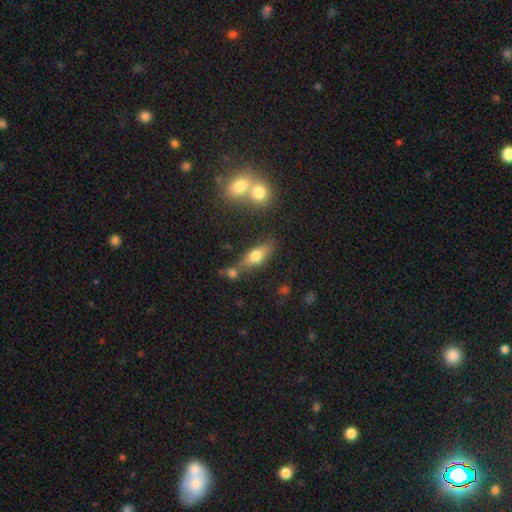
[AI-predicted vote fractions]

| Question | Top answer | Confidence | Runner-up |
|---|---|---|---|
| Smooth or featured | smooth | 66% | featured or disk (25%) |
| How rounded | in between | 66% | cigar-shaped (27%) |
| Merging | none | 65% | merger (16%) |